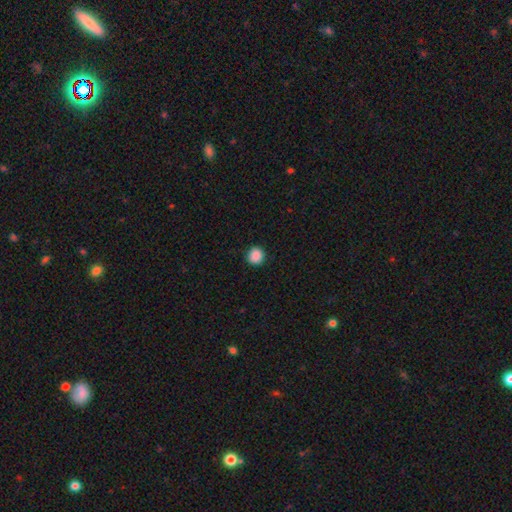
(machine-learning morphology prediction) Smooth or featured? Predicted: smooth (p=0.88). How rounded? Predicted: round (p=0.91). Merging? Predicted: none (p=0.91).